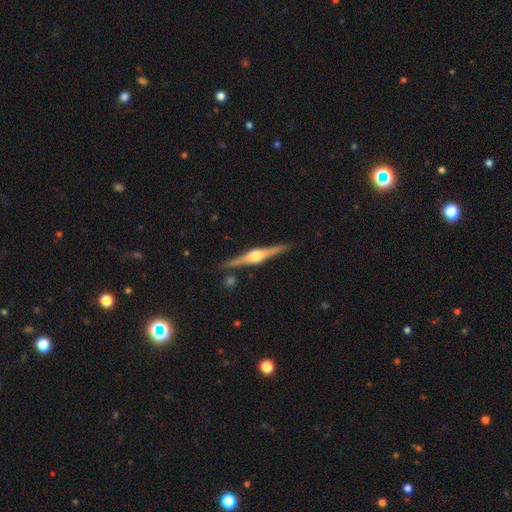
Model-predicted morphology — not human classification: Overall: featured or disk (85%). Edge-on disk: yes (98%). Edge-on bulge: rounded (91%). Merging: none (89%).